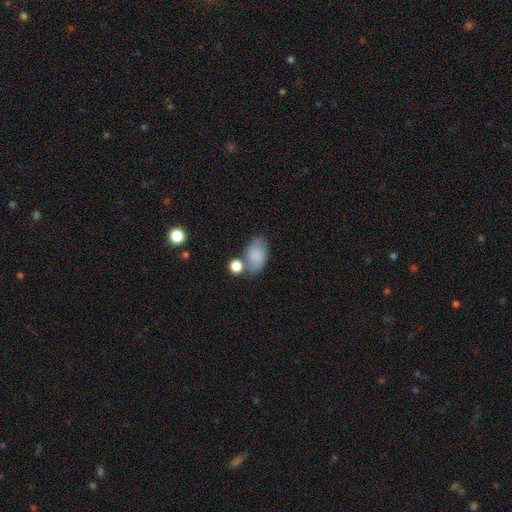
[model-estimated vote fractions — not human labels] This is clearly a smooth galaxy (82%). How rounded: clearly in between (89%). Merging: possibly none (58%).